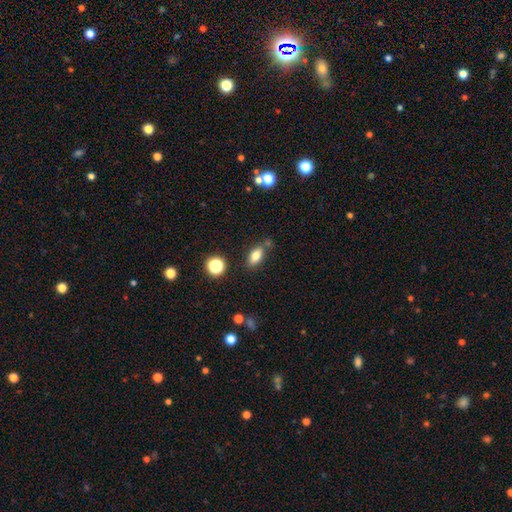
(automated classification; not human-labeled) smooth-or-featured: smooth: 78% | featured or disk: 12% | star or artifact: 10%
  how-rounded: in between: 84% | round: 8% | cigar-shaped: 8%
  merging: none: 71% | minor disturbance: 15% | merger: 10% | major disturbance: 4%